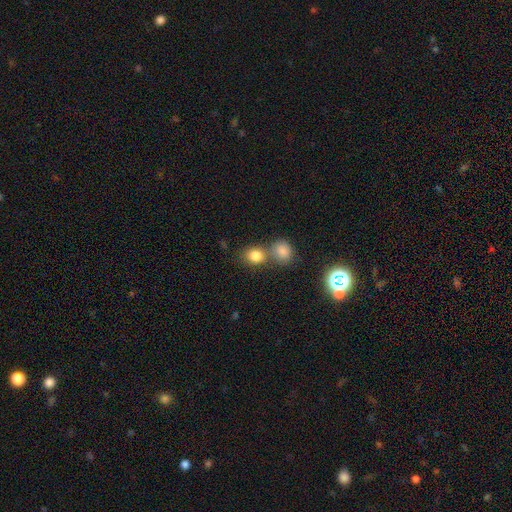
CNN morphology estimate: A smooth galaxy with no disk features (82%) that is round (64%).

Vote fractions:
- Smooth or featured? smooth: 82% / star or artifact: 11% / featured or disk: 7%
- How rounded? round: 64% / in between: 35% / cigar-shaped: 1%
- Merging? none: 47% / merger: 40% / minor disturbance: 9% / major disturbance: 4%